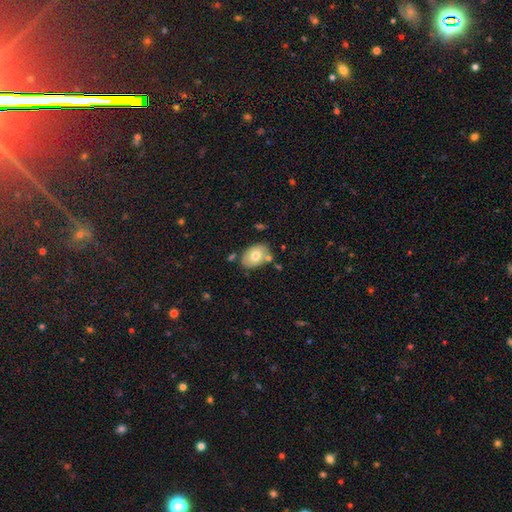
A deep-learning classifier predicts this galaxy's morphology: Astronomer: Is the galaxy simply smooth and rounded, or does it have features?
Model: smooth — 72%.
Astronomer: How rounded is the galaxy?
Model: in between — 83%.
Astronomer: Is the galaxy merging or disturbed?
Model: none — 73%.